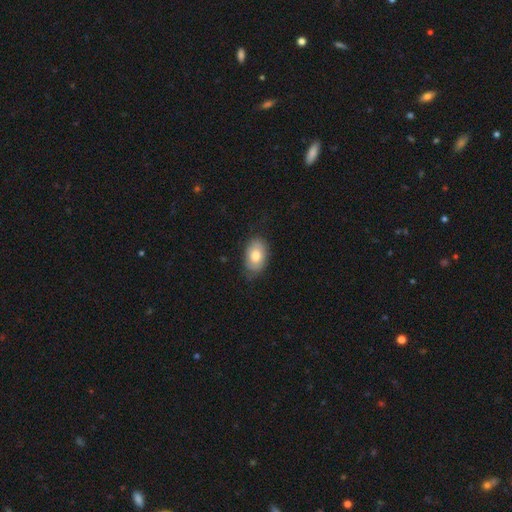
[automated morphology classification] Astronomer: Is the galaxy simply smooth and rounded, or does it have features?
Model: smooth — 71%.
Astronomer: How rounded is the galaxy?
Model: in between — 87%.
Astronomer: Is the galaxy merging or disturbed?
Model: none — 74%.